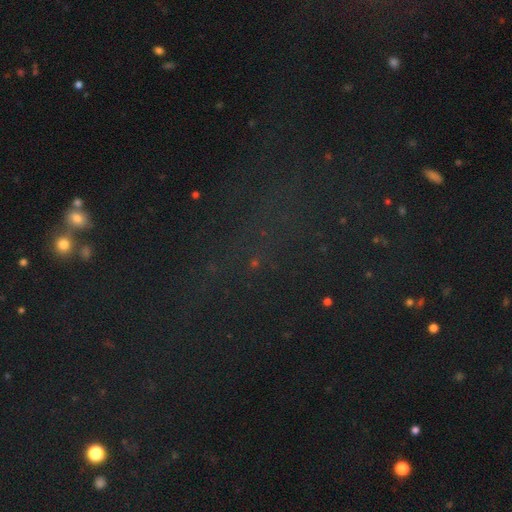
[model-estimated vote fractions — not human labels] smooth_or_featured: star or artifact (p=0.72) [alt: smooth p=0.18]